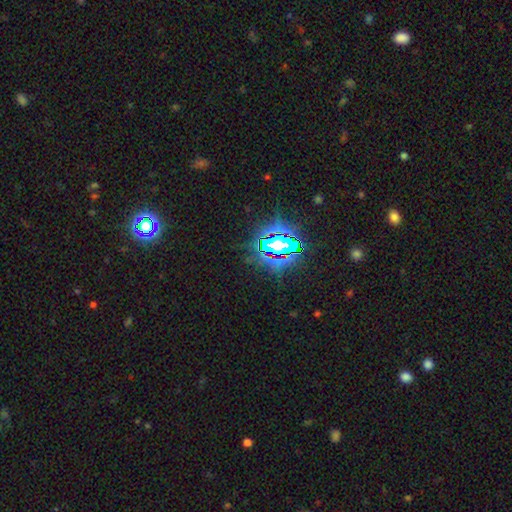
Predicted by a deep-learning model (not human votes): A star or artifact, not a galaxy (81%).